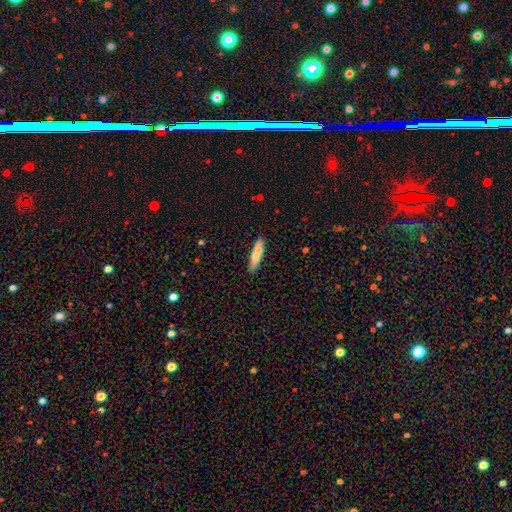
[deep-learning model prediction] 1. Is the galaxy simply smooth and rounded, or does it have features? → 71% smooth, 23% featured or disk, 6% star or artifact.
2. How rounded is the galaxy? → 84% cigar-shaped, 15% in between, 2% round.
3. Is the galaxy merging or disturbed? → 81% none, 11% minor disturbance, 5% merger, 2% major disturbance.